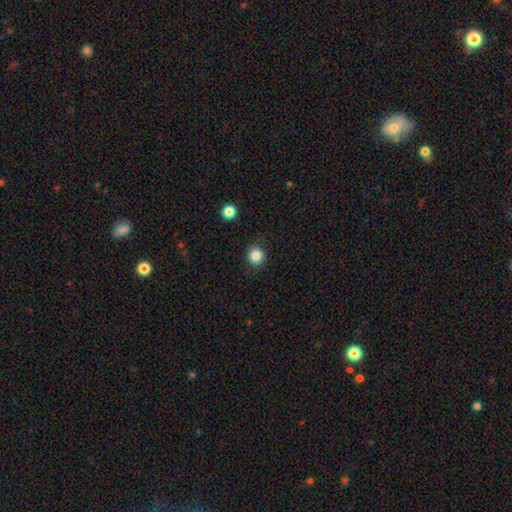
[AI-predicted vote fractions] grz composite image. It shows a smooth galaxy with no disk features (84%) that is round (91%). Merging: none (87%).